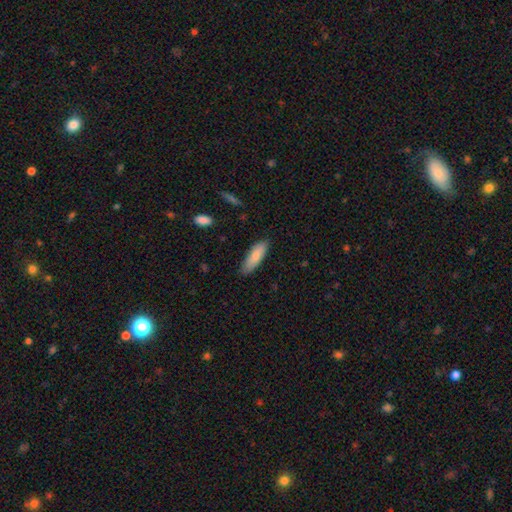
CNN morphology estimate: A smooth galaxy with no disk features (82%) that is in between round and cigar-shaped (50%). Merging: none (82%).